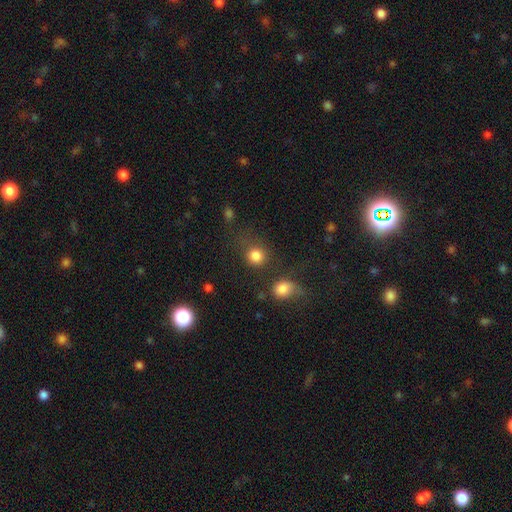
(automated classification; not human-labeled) Morphology: type=smooth (83%); roundness=round (85%); merging=none (65%).